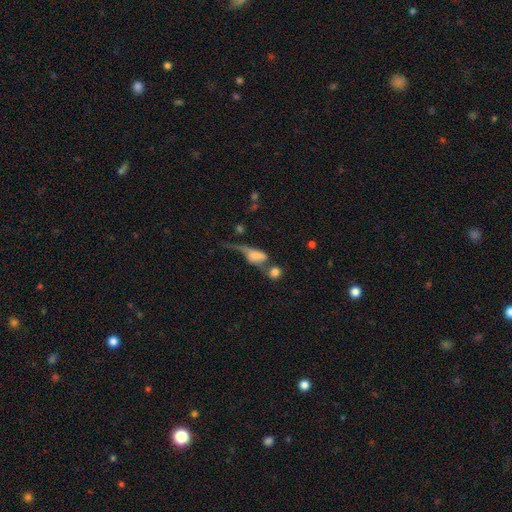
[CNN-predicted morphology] type=smooth (52%); roundness=in between (73%); merging=merger (41%).